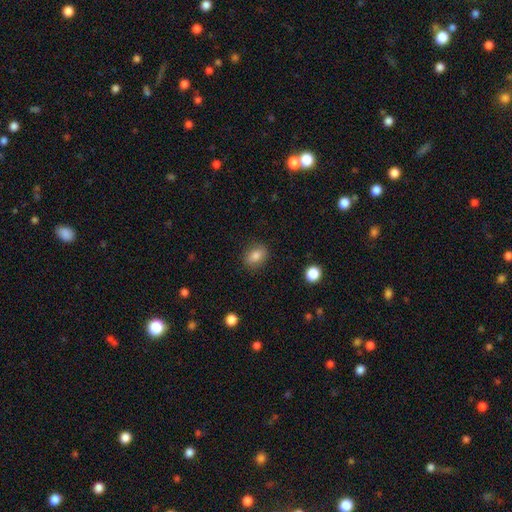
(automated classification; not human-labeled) A smooth galaxy with no disk features (83%) that is in between round and cigar-shaped (64%).

Vote fractions:
- Smooth or featured? smooth: 83% / star or artifact: 9% / featured or disk: 8%
- How rounded? in between: 64% / round: 34% / cigar-shaped: 1%
- Merging? none: 85% / minor disturbance: 10% / major disturbance: 3% / merger: 1%